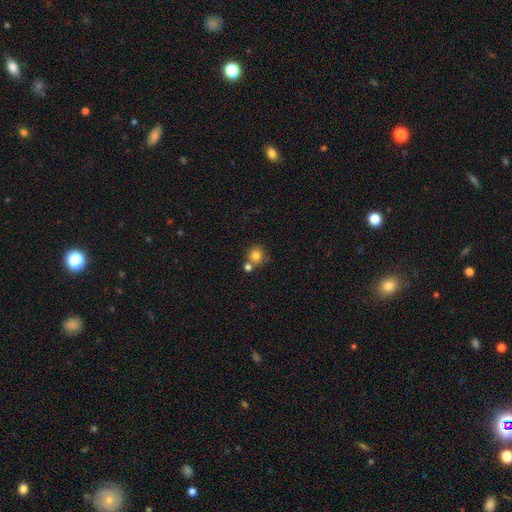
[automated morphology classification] This appears to be a smooth galaxy with no disk features (81%) that is round (88%). Merging: none (61%).